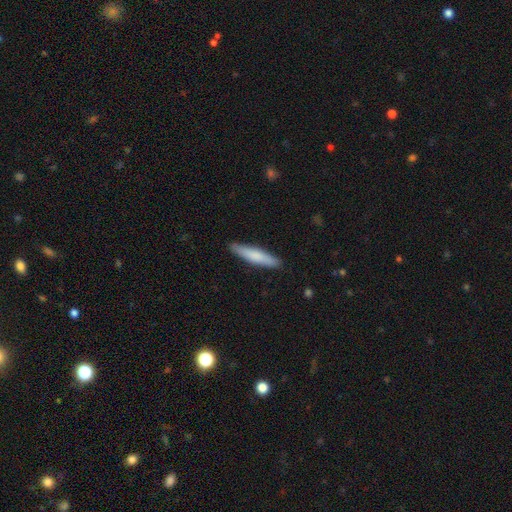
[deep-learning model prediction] smooth 75%, featured or disk 20%, star or artifact 5%. Down the decision tree: how rounded — cigar-shaped (88%); merging — none (90%).